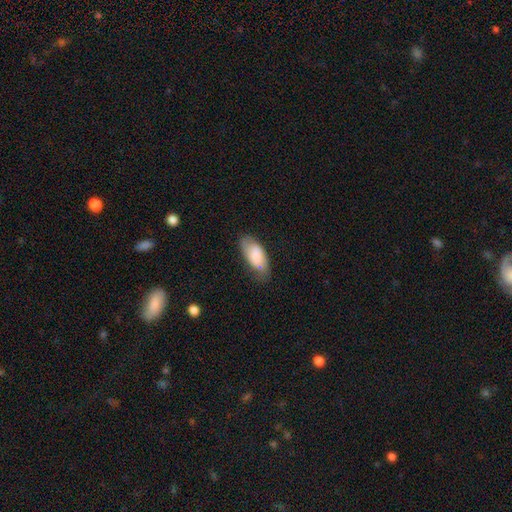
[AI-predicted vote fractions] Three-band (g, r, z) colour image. It shows a smooth galaxy with no disk features (77%) that is in between round and cigar-shaped (90%). Merging: none (67%).